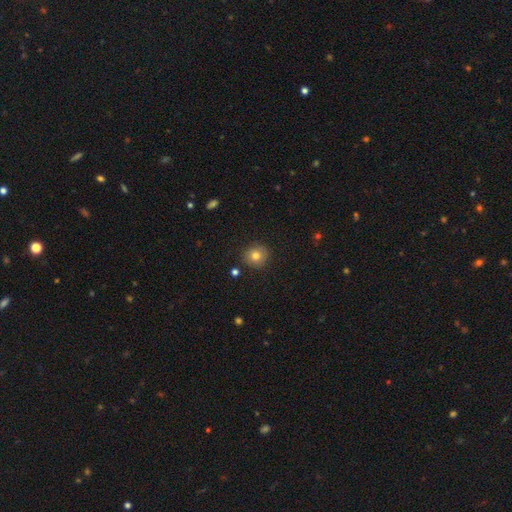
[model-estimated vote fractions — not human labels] The model was most divided on "smooth or featured": smooth: 78%, star or artifact: 12%, featured or disk: 10%. More confident: how rounded — round (90%); merging — none (89%).